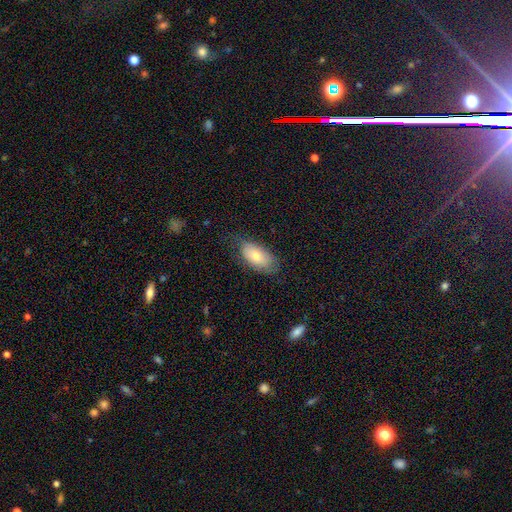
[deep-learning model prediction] smooth_or_featured: smooth (p=0.72) [alt: featured or disk p=0.22]
how_rounded: in between (p=0.93) [alt: round p=0.04]
merging: none (p=0.66) [alt: minor disturbance p=0.26]